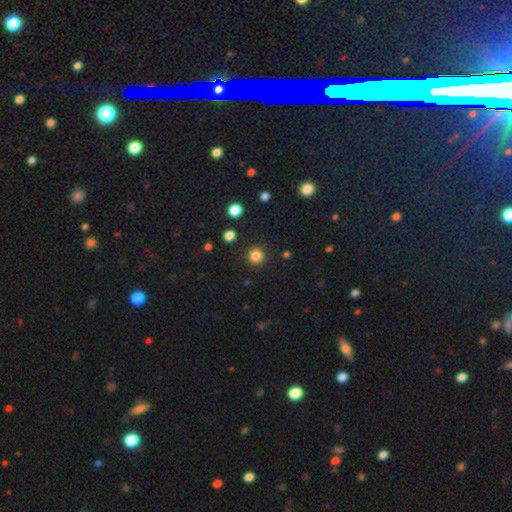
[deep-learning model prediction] A smooth galaxy with no disk features (84%) that is round (94%).

Vote fractions:
- Smooth or featured? smooth: 84% / star or artifact: 12% / featured or disk: 4%
- How rounded? round: 94% / in between: 5% / cigar-shaped: 1%
- Merging? none: 91% / minor disturbance: 6% / major disturbance: 2% / merger: 2%